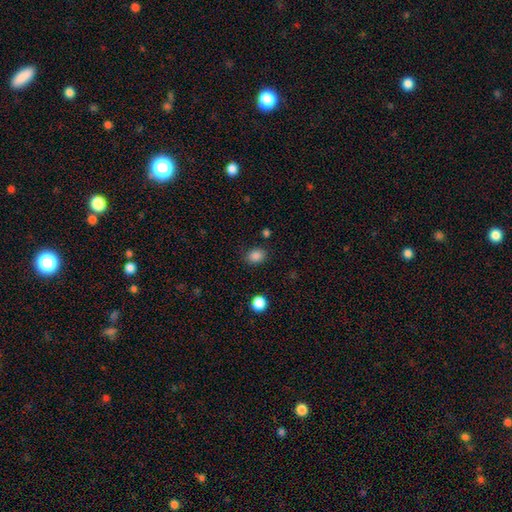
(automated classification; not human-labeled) smooth_or_featured: smooth (p=0.85) [alt: star or artifact p=0.11]
how_rounded: round (p=0.50) [alt: in between p=0.49]
merging: none (p=0.81) [alt: minor disturbance p=0.13]